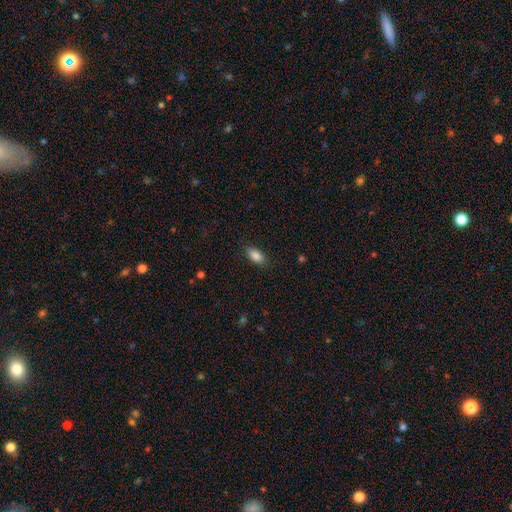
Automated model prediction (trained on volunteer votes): smooth 87%, star or artifact 8%, featured or disk 6%. Down the decision tree: how rounded — in between (89%); merging — none (87%).